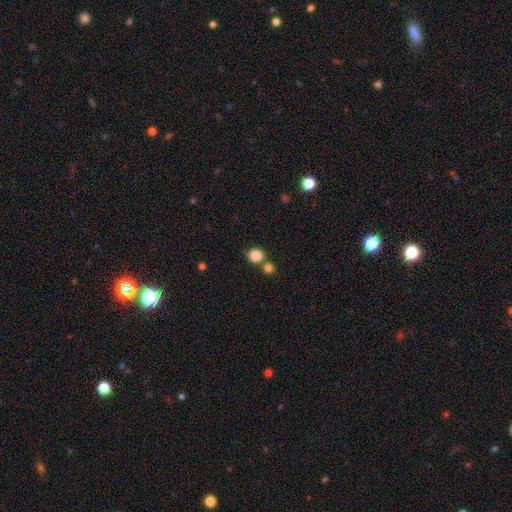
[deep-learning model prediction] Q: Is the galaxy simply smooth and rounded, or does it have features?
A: smooth — 85%.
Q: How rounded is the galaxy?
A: round — 84%.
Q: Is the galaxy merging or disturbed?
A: none — 66%.